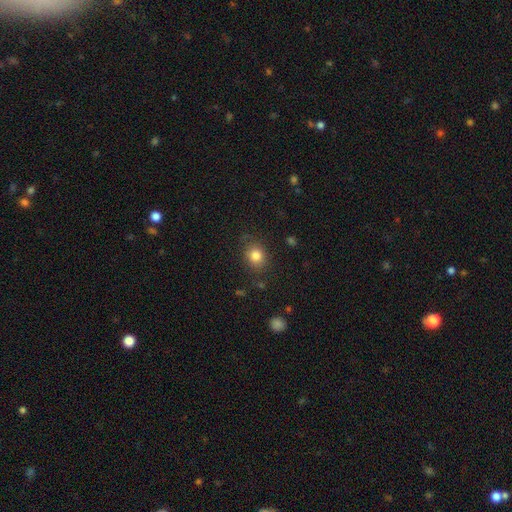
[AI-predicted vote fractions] Smooth or featured?
  - smooth: 83% *
  - star or artifact: 11%
  - featured or disk: 7%
How rounded?
  - round: 64% *
  - in between: 35%
  - cigar-shaped: 1%
Merging?
  - none: 81% *
  - minor disturbance: 13%
  - major disturbance: 4%
  - merger: 2%